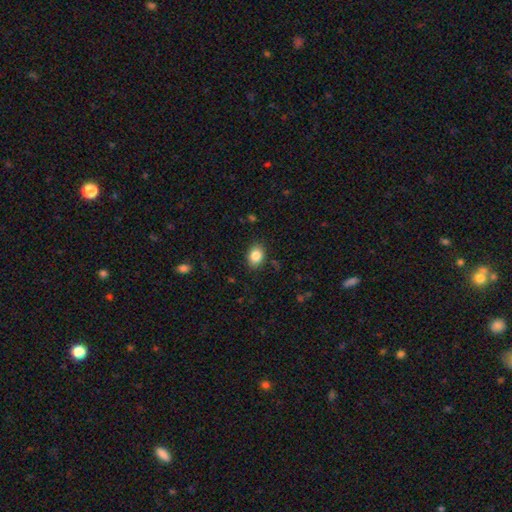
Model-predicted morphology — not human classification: This is clearly a smooth galaxy (85%). How rounded: likely in between (67%). Merging: clearly none (86%).